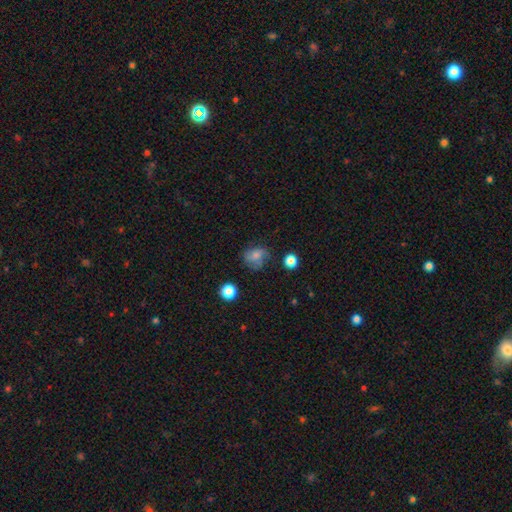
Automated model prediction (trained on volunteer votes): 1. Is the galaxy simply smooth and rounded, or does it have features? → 66% smooth, 21% featured or disk, 13% star or artifact.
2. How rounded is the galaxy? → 64% round, 35% in between, 1% cigar-shaped.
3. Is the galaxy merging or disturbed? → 57% none, 26% minor disturbance, 15% major disturbance, 3% merger.